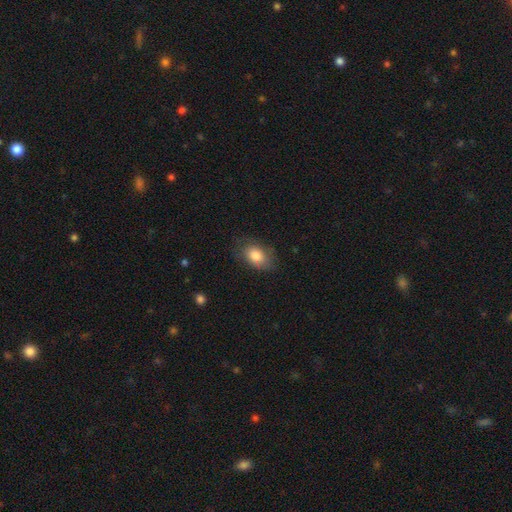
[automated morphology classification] This is clearly a smooth galaxy (81%). How rounded: clearly in between (86%). Merging: likely none (69%).